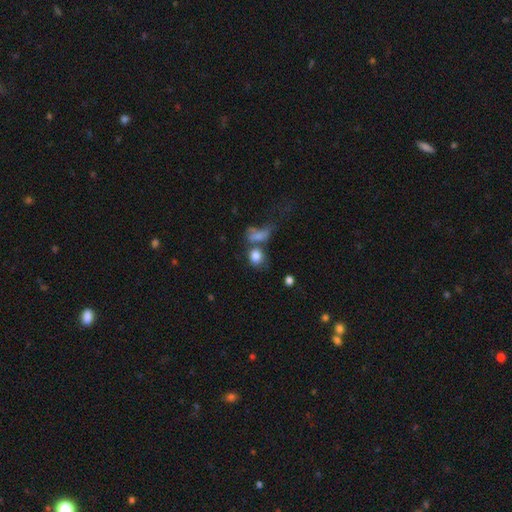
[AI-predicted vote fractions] Smooth or featured?
  - smooth: 80% *
  - star or artifact: 10%
  - featured or disk: 10%
How rounded?
  - round: 51% *
  - in between: 47%
  - cigar-shaped: 2%
Merging?
  - none: 41% *
  - merger: 34%
  - minor disturbance: 14%
  - major disturbance: 11%